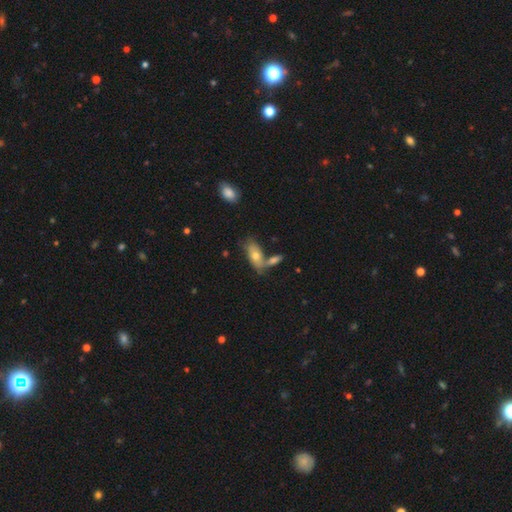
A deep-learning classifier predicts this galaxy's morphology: type=smooth (64%); roundness=in between (84%); merging=none (50%).